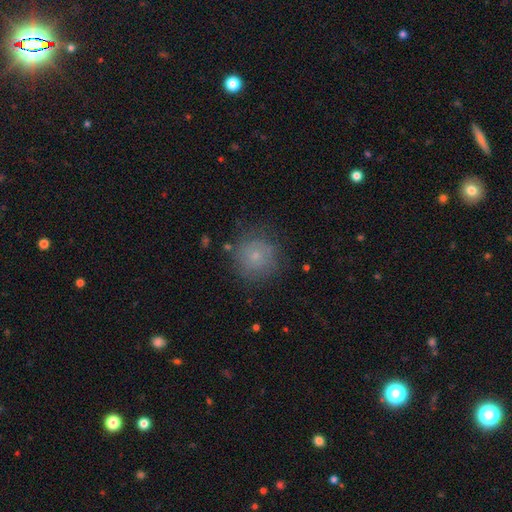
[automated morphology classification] This is possibly a smooth galaxy (58%). How rounded: clearly round (92%). Merging: likely none (75%).